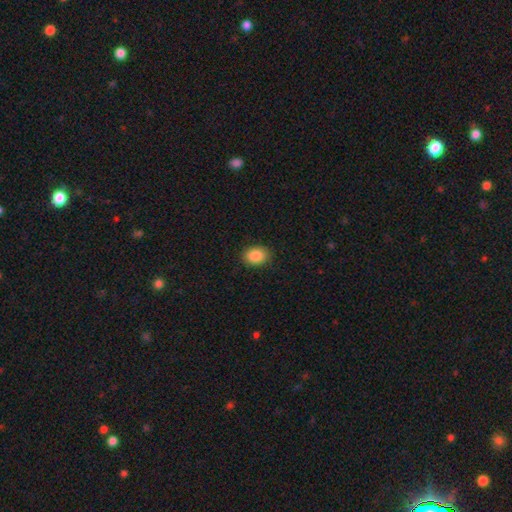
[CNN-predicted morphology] smooth-or-featured: smooth: 88% | star or artifact: 8% | featured or disk: 4%
  how-rounded: in between: 65% | round: 34% | cigar-shaped: 1%
  merging: none: 88% | minor disturbance: 9% | major disturbance: 2% | merger: 1%